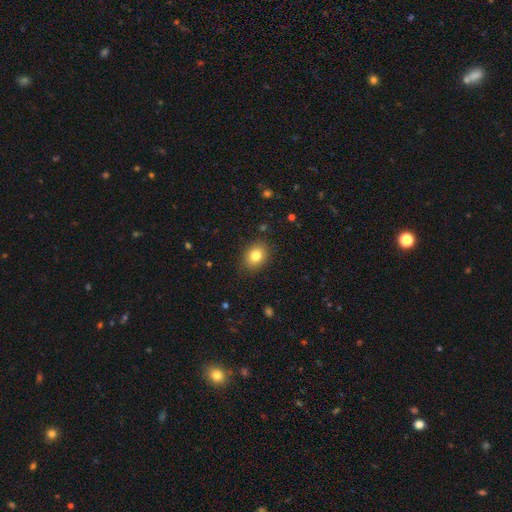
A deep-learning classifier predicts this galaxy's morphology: Smooth or featured? Predicted: smooth (p=0.81). How rounded? Predicted: in between (p=0.60). Merging? Predicted: none (p=0.86).